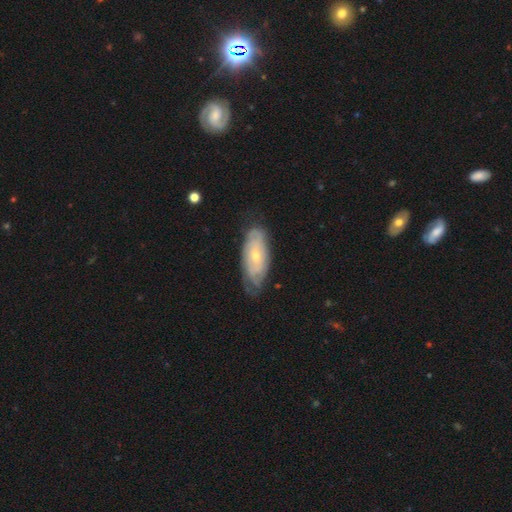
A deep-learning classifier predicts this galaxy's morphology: A featured or disk galaxy (64%) with no bar (78%), spiral arms (75%) and a small central bulge (67%). Merging: none (65%).